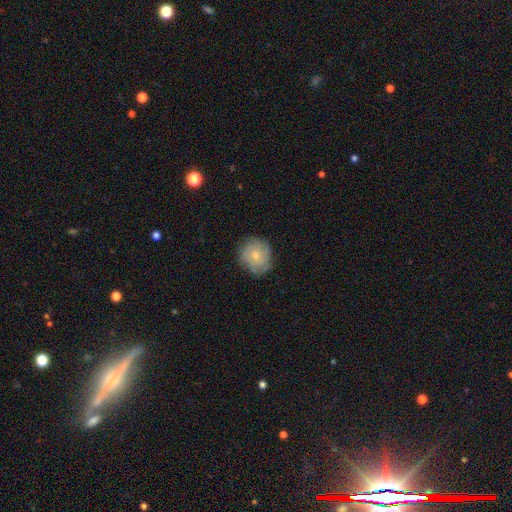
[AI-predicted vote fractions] A smooth galaxy with no disk features (68%) that is round (86%).

Vote fractions:
- Smooth or featured? smooth: 68% / featured or disk: 24% / star or artifact: 8%
- How rounded? round: 86% / in between: 13% / cigar-shaped: 1%
- Merging? none: 76% / minor disturbance: 18% / major disturbance: 4% / merger: 1%